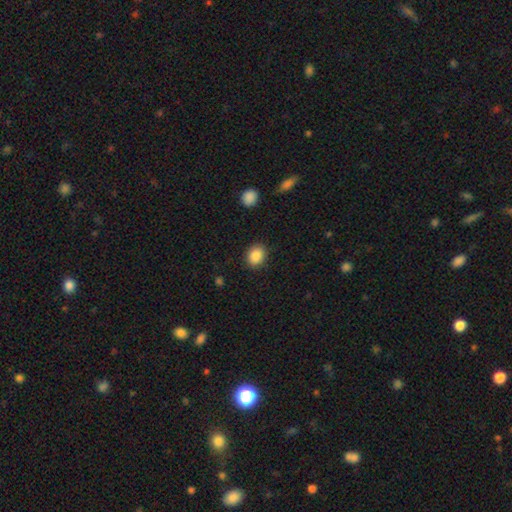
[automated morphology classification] Smooth or featured? smooth (88%)
How rounded? round (50%)
Merging? none (88%)